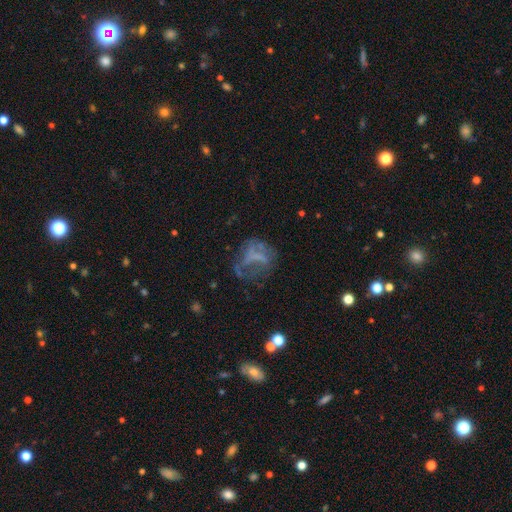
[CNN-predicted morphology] Smooth or featured: featured or disk — 50% (smooth — 31%)
Edge-on disk: no — 97% (yes — 3%)
Merging: none — 41% (major disturbance — 35%)